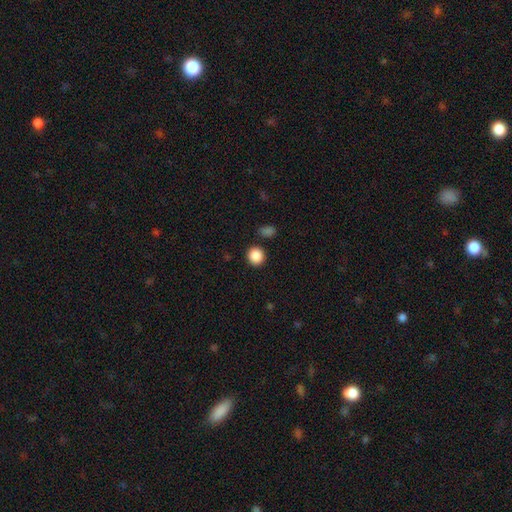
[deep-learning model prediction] Smooth or featured? Predicted: smooth (p=0.88). How rounded? Predicted: round (p=0.89). Merging? Predicted: none (p=0.88).